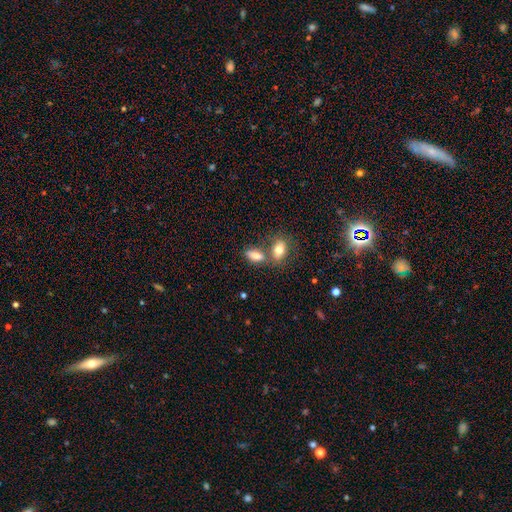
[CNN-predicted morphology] A smooth galaxy with no disk features (81%) that is in between round and cigar-shaped (83%). Merging: none (51%).